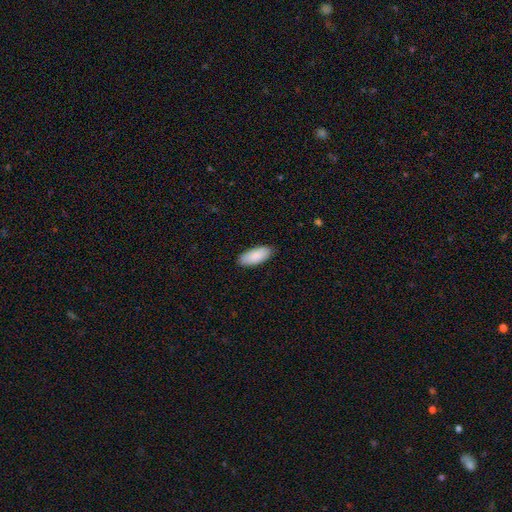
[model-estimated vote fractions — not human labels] smooth 89%, featured or disk 6%, star or artifact 6%. Down the decision tree: how rounded — in between (87%); merging — none (87%).